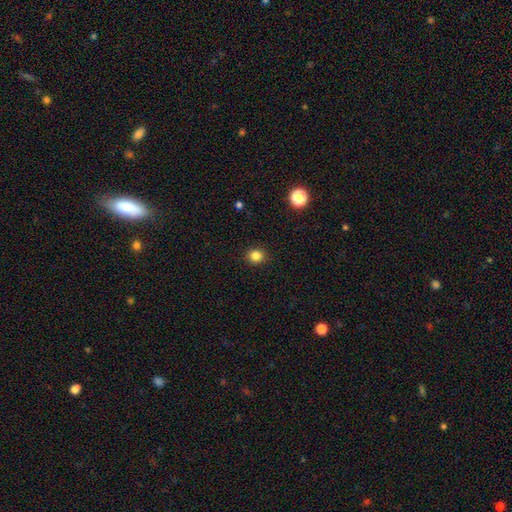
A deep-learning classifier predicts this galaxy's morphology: Q: Smooth or featured?
A: smooth (83%); runner-up: star or artifact (13%)
Q: How rounded?
A: round (86%); runner-up: in between (13%)
Q: Merging?
A: none (92%); runner-up: minor disturbance (5%)